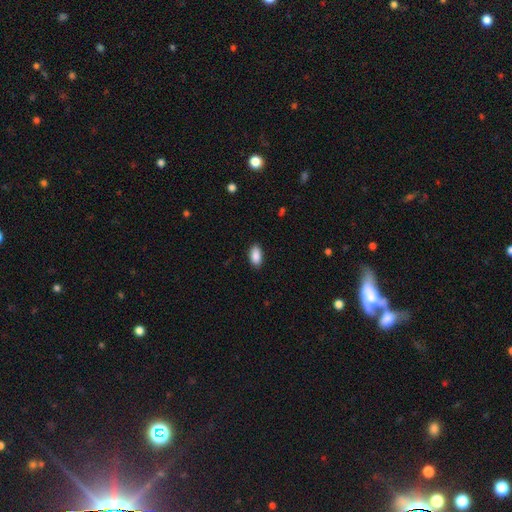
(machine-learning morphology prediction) Smooth or featured?
  - smooth: 89% *
  - star or artifact: 7%
  - featured or disk: 4%
How rounded?
  - in between: 94% *
  - cigar-shaped: 3%
  - round: 3%
Merging?
  - none: 88% *
  - minor disturbance: 9%
  - major disturbance: 2%
  - merger: 1%